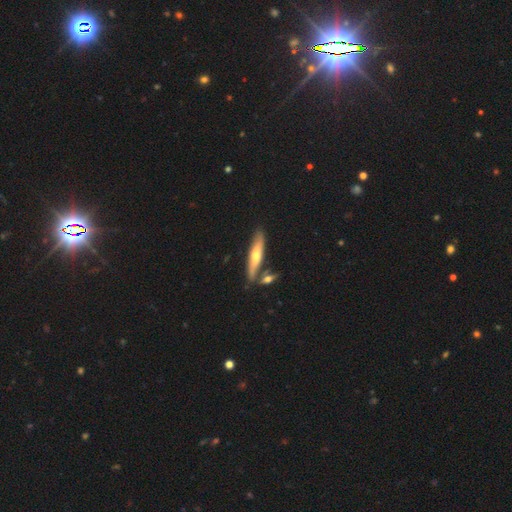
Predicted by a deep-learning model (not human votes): This is possibly a smooth galaxy (49%). Merging: likely none (68%).